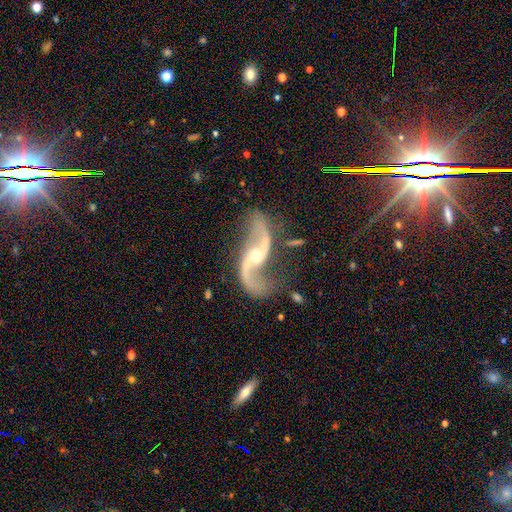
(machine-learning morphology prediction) This is clearly a featured or disk galaxy (91%). It is clearly not viewed edge-on (96%). Bar: possibly no (59%). Spiral arm pattern: clearly yes (97%). Spiral arm count: clearly 2 (94%). Spiral winding: clearly loose (83%). Central bulge: possibly small (52%). Merging: likely none (74%).